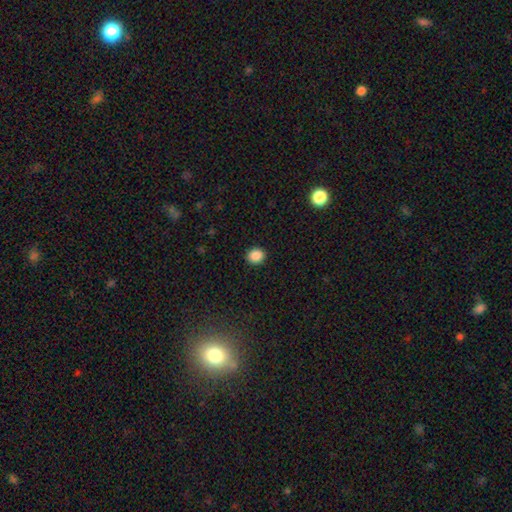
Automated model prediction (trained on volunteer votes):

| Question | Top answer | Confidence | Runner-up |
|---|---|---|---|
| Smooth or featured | smooth | 88% | star or artifact (9%) |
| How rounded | round | 75% | in between (24%) |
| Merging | none | 91% | minor disturbance (6%) |